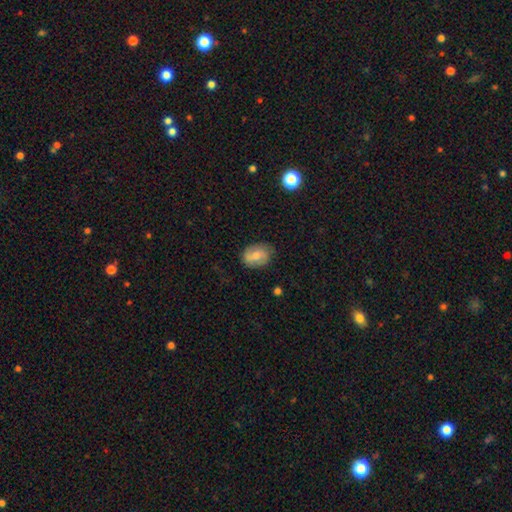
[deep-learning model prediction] This appears to be a smooth galaxy with no disk features (52%) that is in between round and cigar-shaped (67%). Merging: none (79%).